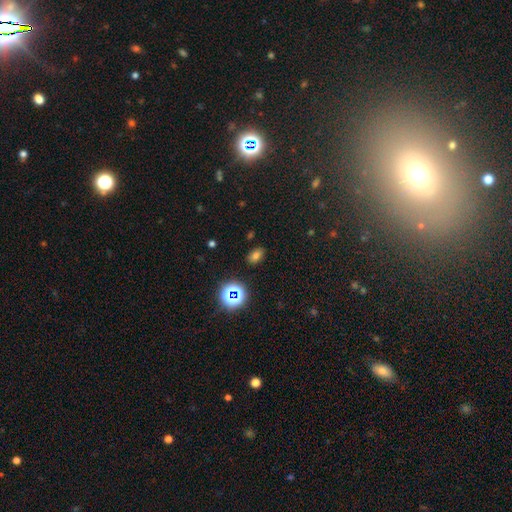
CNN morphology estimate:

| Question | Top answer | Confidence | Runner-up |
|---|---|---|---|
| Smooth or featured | smooth | 69% | star or artifact (23%) |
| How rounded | in between | 83% | round (15%) |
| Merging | none | 86% | minor disturbance (9%) |